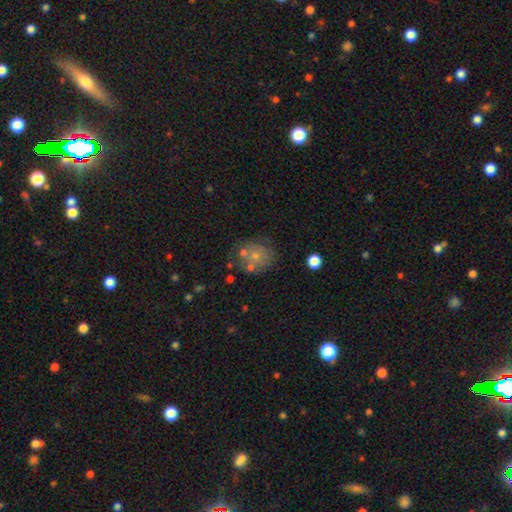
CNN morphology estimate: A smooth galaxy with no disk features (57%) that is round (81%).

Vote fractions:
- Smooth or featured? smooth: 57% / featured or disk: 23% / star or artifact: 19%
- How rounded? round: 81% / in between: 18% / cigar-shaped: 1%
- Merging? none: 61% / merger: 18% / minor disturbance: 14% / major disturbance: 7%